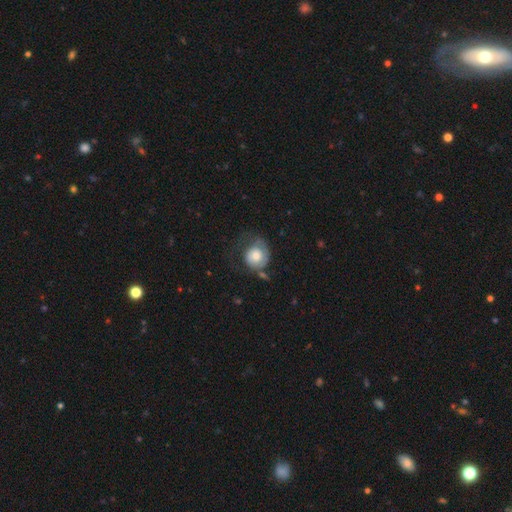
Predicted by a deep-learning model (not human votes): Smooth or featured: smooth — 57% (featured or disk — 36%)
How rounded: round — 78% (in between — 21%)
Merging: none — 35% (major disturbance — 32%)